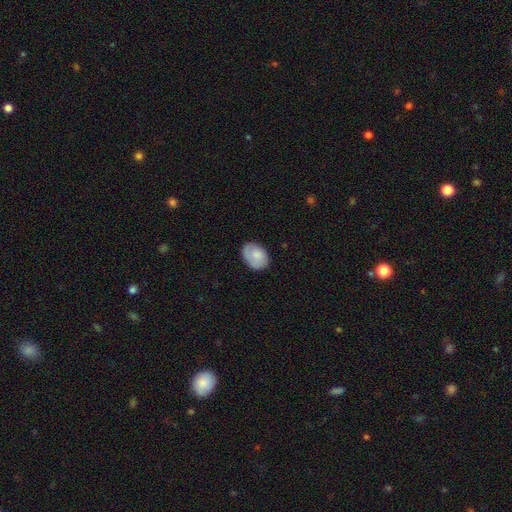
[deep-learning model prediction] smooth_or_featured: smooth (p=0.78) [alt: featured or disk p=0.15]
how_rounded: in between (p=0.78) [alt: round p=0.21]
merging: none (p=0.76) [alt: minor disturbance p=0.19]